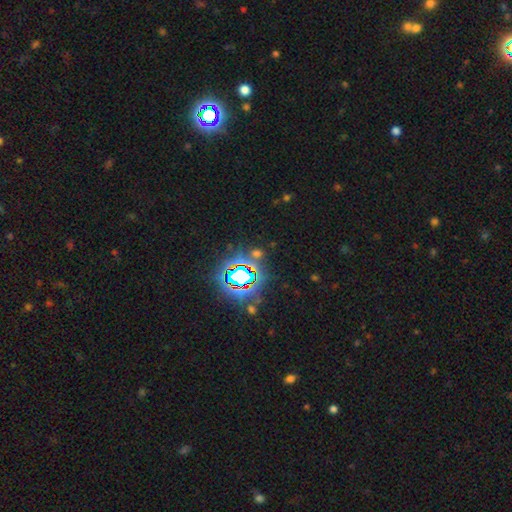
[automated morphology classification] The model was most divided on "smooth or featured": star or artifact: 78%, smooth: 13%, featured or disk: 9%.